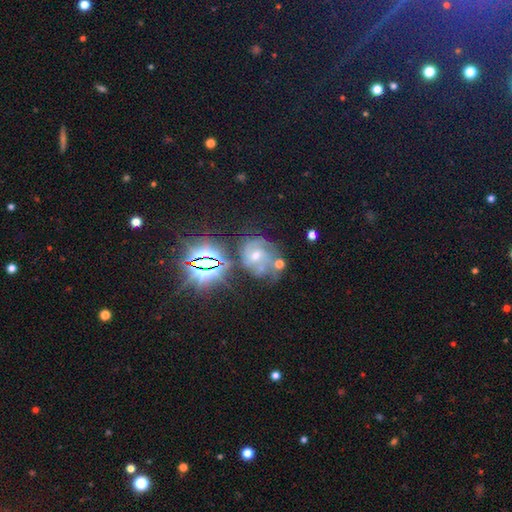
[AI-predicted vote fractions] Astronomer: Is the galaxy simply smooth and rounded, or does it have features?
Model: featured or disk — 61%.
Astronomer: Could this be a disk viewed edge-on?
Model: no — 97%.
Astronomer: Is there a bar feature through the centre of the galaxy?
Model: no — 53% (runner-up: weak, 36%).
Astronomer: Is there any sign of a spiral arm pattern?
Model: yes — 87%.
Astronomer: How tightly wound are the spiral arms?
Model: tight — 46% (runner-up: medium, 41%).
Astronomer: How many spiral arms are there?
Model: can't tell — 30%, tied with 2 at 30%.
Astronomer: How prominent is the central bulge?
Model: moderate — 58% (runner-up: small, 34%).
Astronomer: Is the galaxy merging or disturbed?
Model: none — 49%.